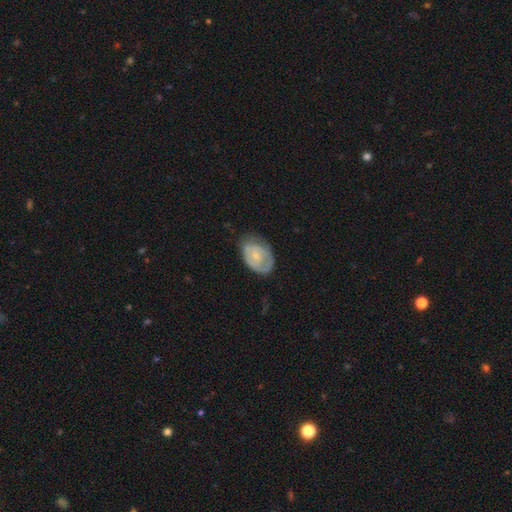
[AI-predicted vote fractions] The model was most divided on "smooth or featured": featured or disk: 50%, smooth: 44%, star or artifact: 6%. More confident: edge-on disk — no (95%); merging — none (54%).